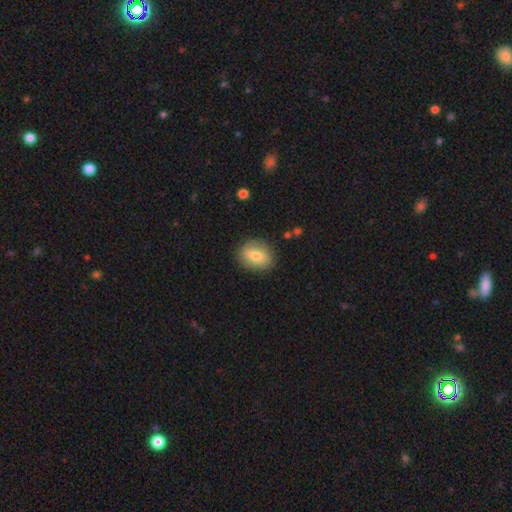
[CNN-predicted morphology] Smooth or featured?
  - smooth: 75% *
  - featured or disk: 17%
  - star or artifact: 8%
How rounded?
  - round: 50% *
  - in between: 48%
  - cigar-shaped: 1%
Merging?
  - none: 85% *
  - minor disturbance: 11%
  - major disturbance: 3%
  - merger: 1%